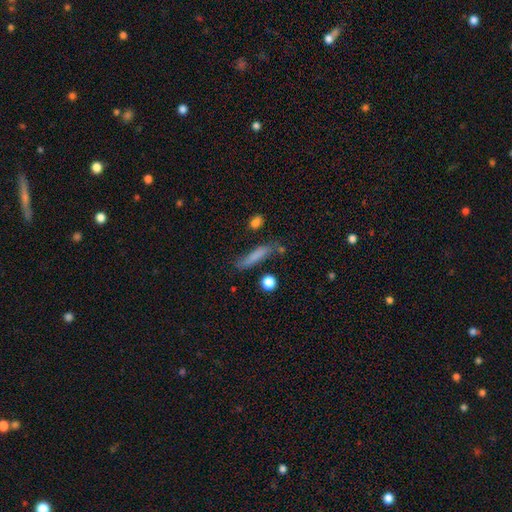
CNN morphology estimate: Overall: smooth (72%). How rounded: cigar-shaped (83%). Merging: none (72%).